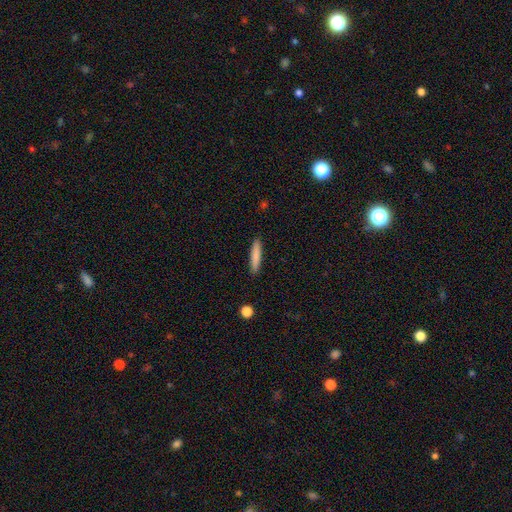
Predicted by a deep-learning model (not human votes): smooth_or_featured: smooth (p=0.83) [alt: featured or disk p=0.11]
how_rounded: cigar-shaped (p=0.90) [alt: in between p=0.09]
merging: none (p=0.90) [alt: minor disturbance p=0.07]